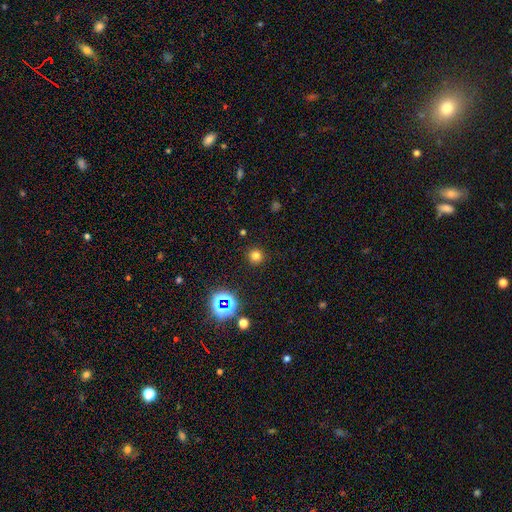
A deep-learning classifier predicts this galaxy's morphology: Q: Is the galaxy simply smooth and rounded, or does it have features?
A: smooth — 74%.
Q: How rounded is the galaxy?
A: round — 94%.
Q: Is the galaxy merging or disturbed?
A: none — 91%.